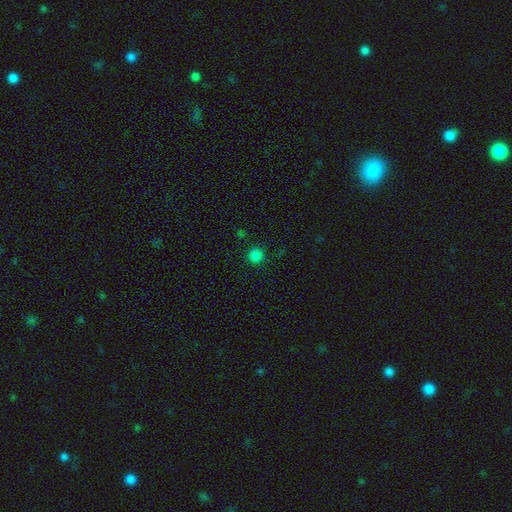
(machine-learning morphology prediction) smooth 81%, star or artifact 16%, featured or disk 3%. Down the decision tree: how rounded — round (94%); merging — none (90%).